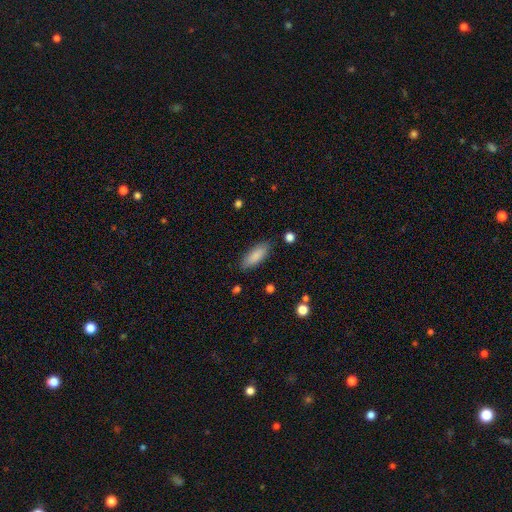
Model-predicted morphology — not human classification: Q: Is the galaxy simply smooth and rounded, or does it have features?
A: smooth — 86%.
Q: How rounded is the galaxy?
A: in between — 71%.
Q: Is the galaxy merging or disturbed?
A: none — 84%.